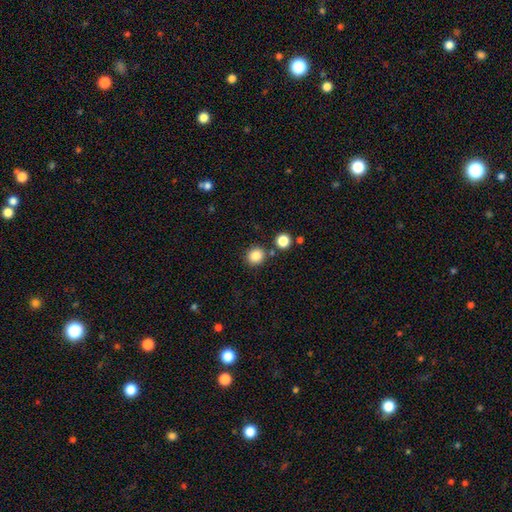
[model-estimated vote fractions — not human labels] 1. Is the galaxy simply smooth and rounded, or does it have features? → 85% smooth, 10% star or artifact, 5% featured or disk.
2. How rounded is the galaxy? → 86% round, 13% in between, 1% cigar-shaped.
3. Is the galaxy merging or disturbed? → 84% none, 7% minor disturbance, 7% merger, 2% major disturbance.